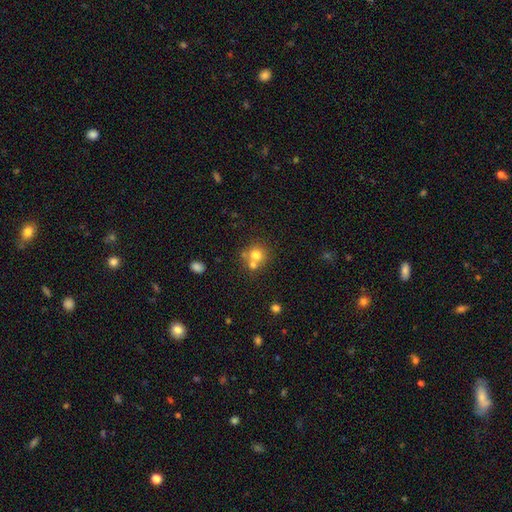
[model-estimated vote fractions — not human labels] smooth 72%, featured or disk 15%, star or artifact 13%. Down the decision tree: how rounded — round (86%); merging — none (48%).